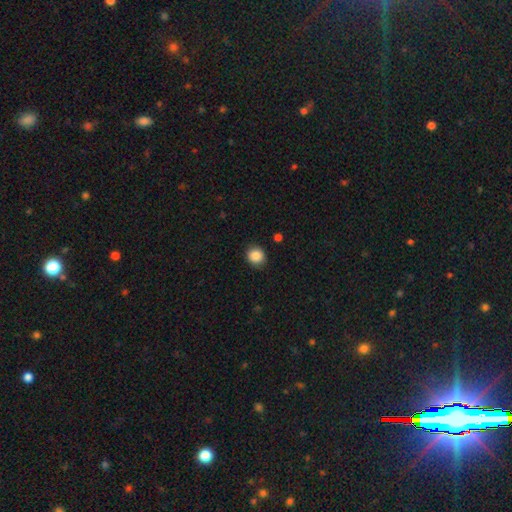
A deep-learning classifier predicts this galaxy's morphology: smooth 87%, star or artifact 10%, featured or disk 4%. Down the decision tree: how rounded — round (84%); merging — none (89%).